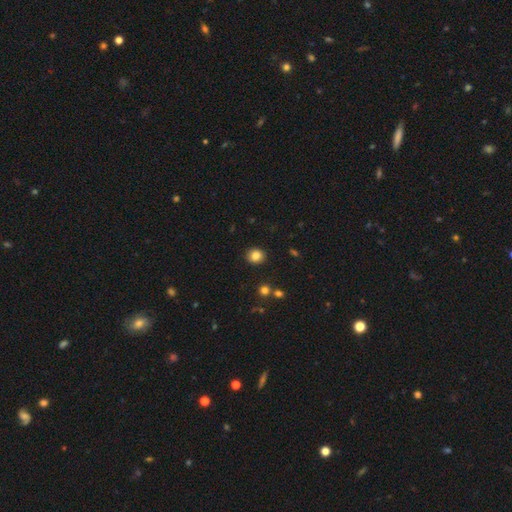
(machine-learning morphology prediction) smooth 83%, star or artifact 11%, featured or disk 6%. Down the decision tree: how rounded — round (82%); merging — none (91%).